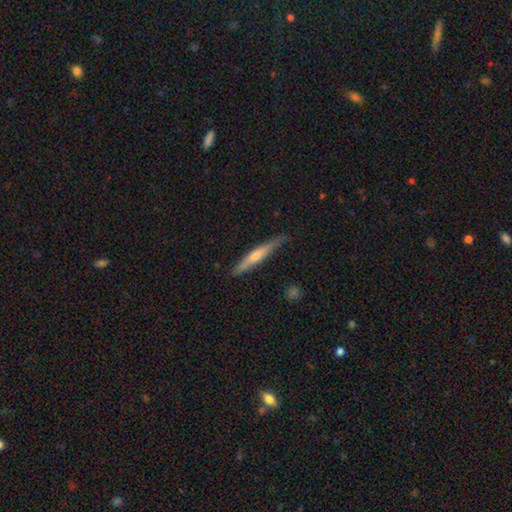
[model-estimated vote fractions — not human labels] Overall: featured or disk (51%; smooth 43%). Edge-on disk: yes (95%). Merging: none (84%).